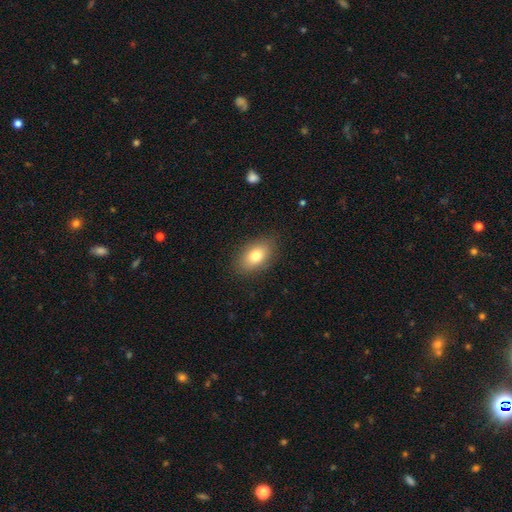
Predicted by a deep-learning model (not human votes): A smooth galaxy with no disk features (78%) that is in between round and cigar-shaped (87%). Merging: none (86%).